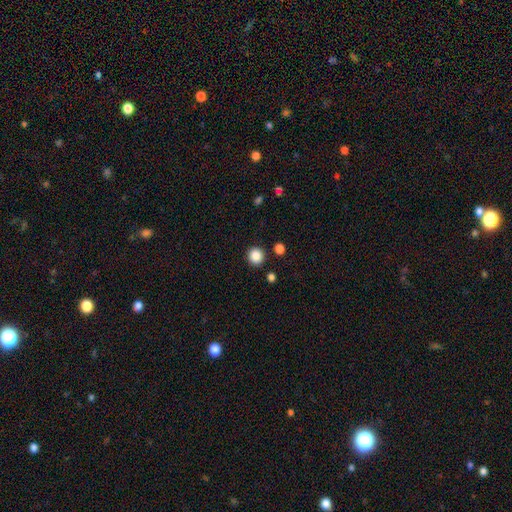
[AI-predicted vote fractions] Smooth or featured? Predicted: smooth (p=0.87). How rounded? Predicted: round (p=0.92). Merging? Predicted: none (p=0.90).